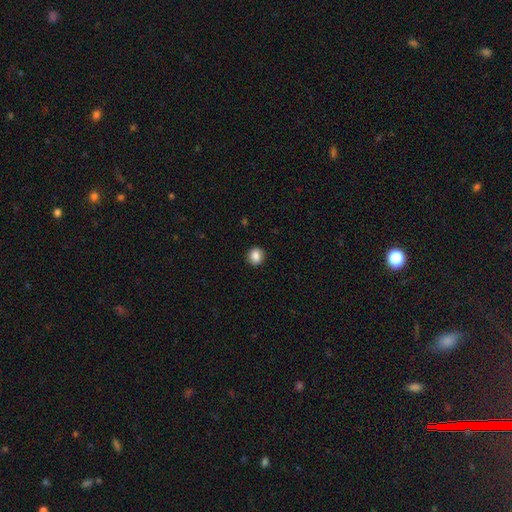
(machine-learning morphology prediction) Smooth or featured? Predicted: smooth (p=0.86). How rounded? Predicted: round (p=0.81). Merging? Predicted: none (p=0.91).